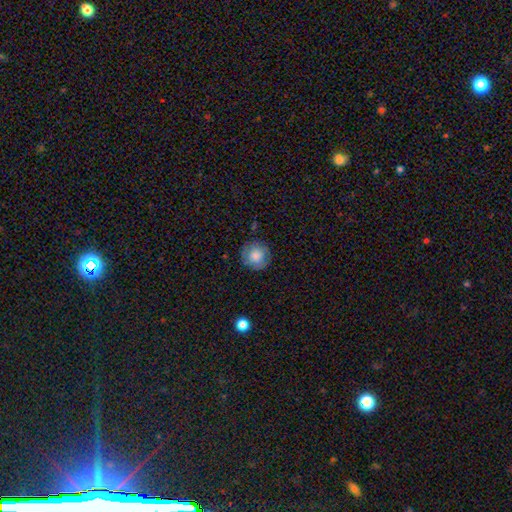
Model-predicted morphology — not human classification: Smooth or featured? Predicted: smooth (p=0.74). How rounded? Predicted: round (p=0.93). Merging? Predicted: none (p=0.81).